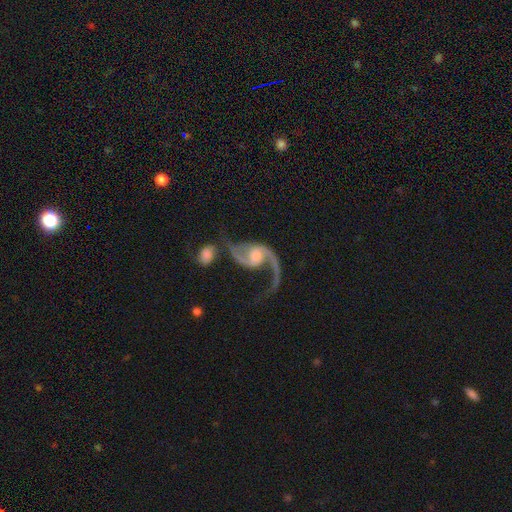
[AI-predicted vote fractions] Q: Smooth or featured?
A: featured or disk (91%); runner-up: star or artifact (5%)
Q: Edge-on disk?
A: no (97%); runner-up: yes (3%)
Q: Bar?
A: no (52%); runner-up: weak (37%)
Q: Spiral arms?
A: yes (97%); runner-up: no (3%)
Q: Spiral winding?
A: loose (71%); runner-up: medium (25%)
Q: Spiral arm count?
A: 2 (87%); runner-up: 1 (8%)
Q: Bulge size?
A: moderate (46%); runner-up: small (24%)
Q: Merging?
A: none (46%); runner-up: major disturbance (20%)